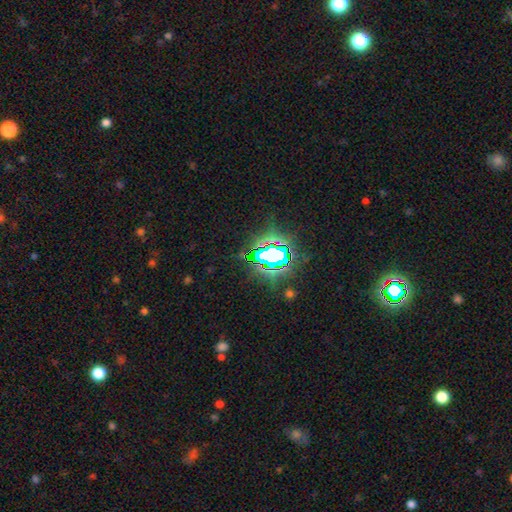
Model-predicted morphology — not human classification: type=star or artifact (83%).